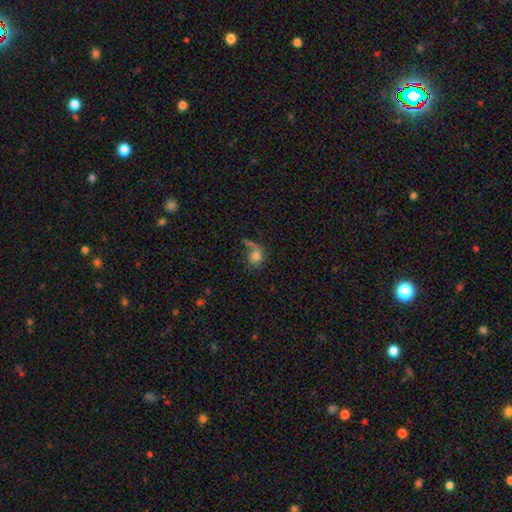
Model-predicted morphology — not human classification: A smooth galaxy with no disk features (71%) that is round (66%).

Vote fractions:
- Smooth or featured? smooth: 71% / featured or disk: 18% / star or artifact: 10%
- How rounded? round: 66% / in between: 32% / cigar-shaped: 2%
- Merging? none: 36% / major disturbance: 29% / merger: 19% / minor disturbance: 16%